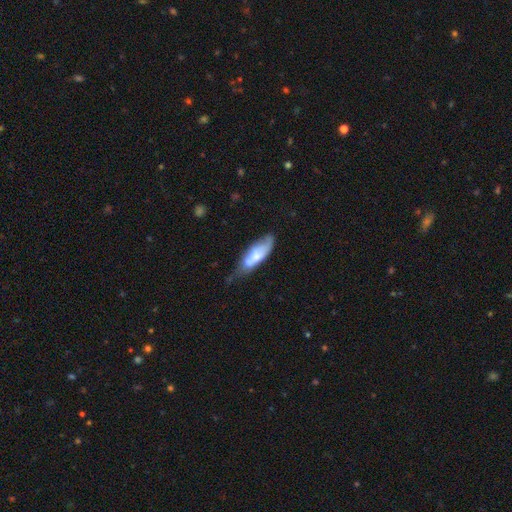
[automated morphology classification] Q: Smooth or featured?
A: smooth (60%); runner-up: featured or disk (33%)
Q: How rounded?
A: in between (61%); runner-up: cigar-shaped (37%)
Q: Merging?
A: none (35%); runner-up: minor disturbance (34%)